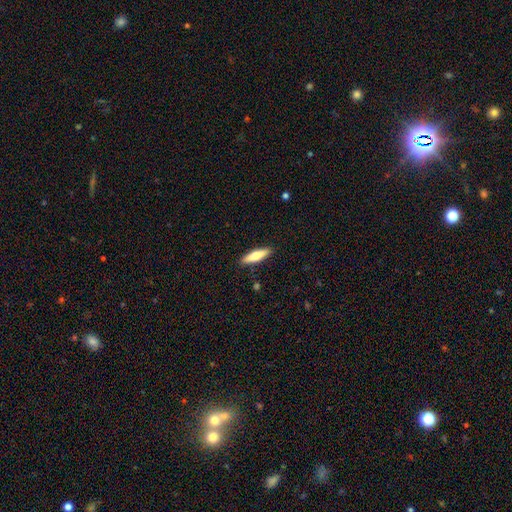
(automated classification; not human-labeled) This is likely a smooth galaxy (65%). How rounded: likely cigar-shaped (70%). Merging: clearly none (89%).